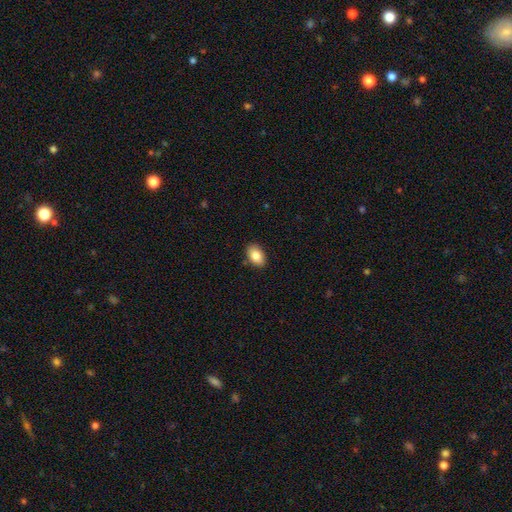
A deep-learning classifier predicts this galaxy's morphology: Overall: smooth (86%). How rounded: in between (90%). Merging: none (87%).